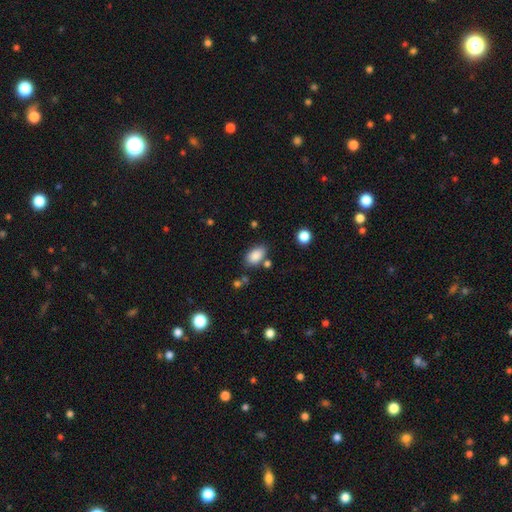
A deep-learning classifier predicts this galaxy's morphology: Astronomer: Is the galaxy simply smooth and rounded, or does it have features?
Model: smooth — 86%.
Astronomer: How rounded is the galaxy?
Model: in between — 91%.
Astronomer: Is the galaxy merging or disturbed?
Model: none — 72%.